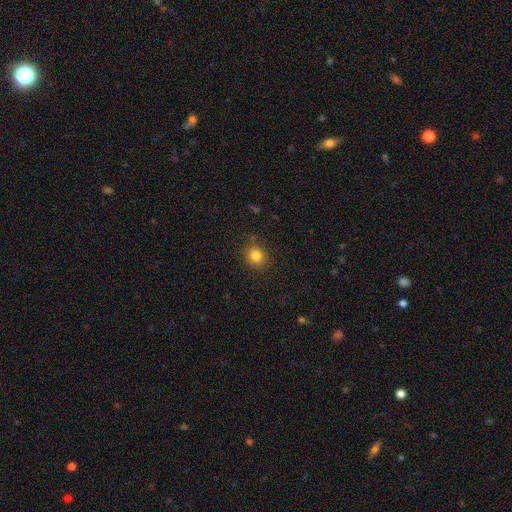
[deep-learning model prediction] A smooth galaxy with no disk features (83%) that is round (82%).

Vote fractions:
- Smooth or featured? smooth: 83% / star or artifact: 12% / featured or disk: 5%
- How rounded? round: 82% / in between: 17% / cigar-shaped: 1%
- Merging? none: 87% / minor disturbance: 9% / major disturbance: 3% / merger: 1%